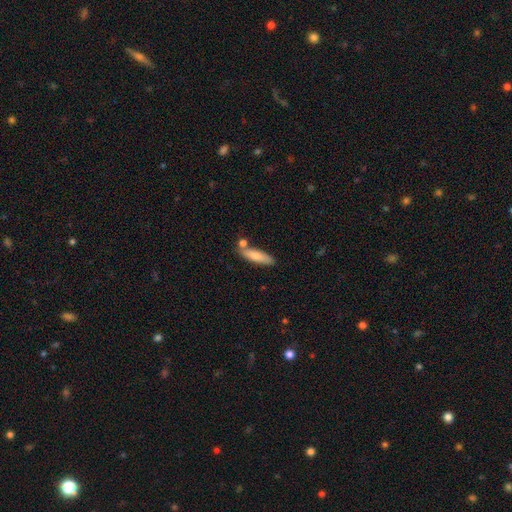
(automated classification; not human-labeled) Smooth or featured? Predicted: smooth (p=0.79). How rounded? Predicted: cigar-shaped (p=0.65). Merging? Predicted: none (p=0.69).